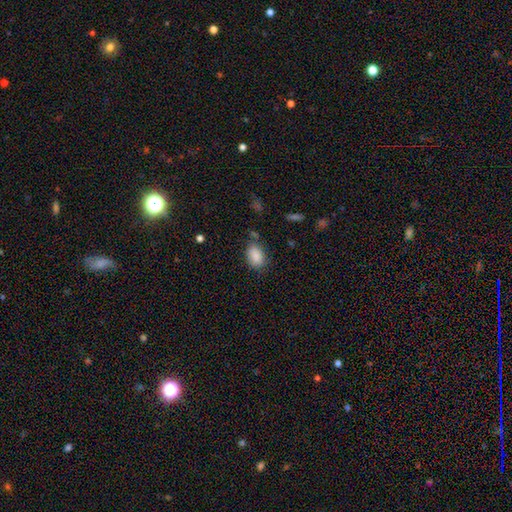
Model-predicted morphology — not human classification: Smooth or featured? smooth (88%)
How rounded? in between (87%)
Merging? none (71%)